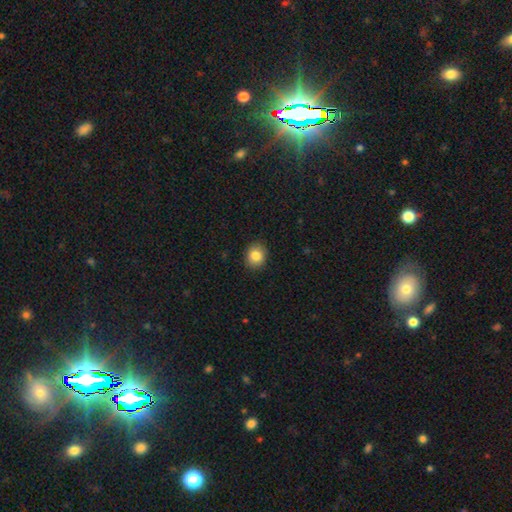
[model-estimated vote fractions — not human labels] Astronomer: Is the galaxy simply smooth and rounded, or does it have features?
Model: smooth — 85%.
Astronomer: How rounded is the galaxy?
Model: round — 69%.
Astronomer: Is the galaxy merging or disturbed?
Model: none — 89%.